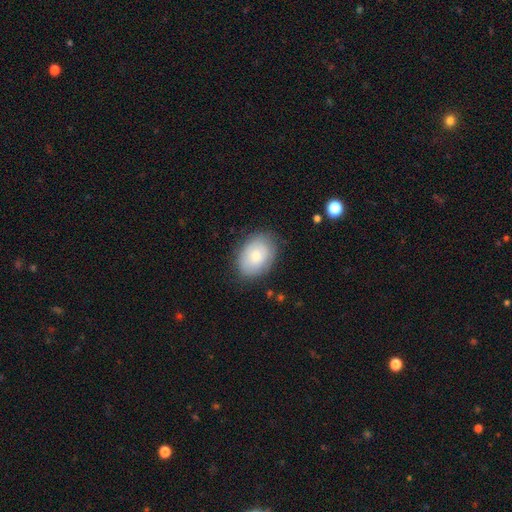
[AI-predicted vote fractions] Smooth or featured? Predicted: smooth (p=0.73). How rounded? Predicted: in between (p=0.78). Merging? Predicted: none (p=0.79).